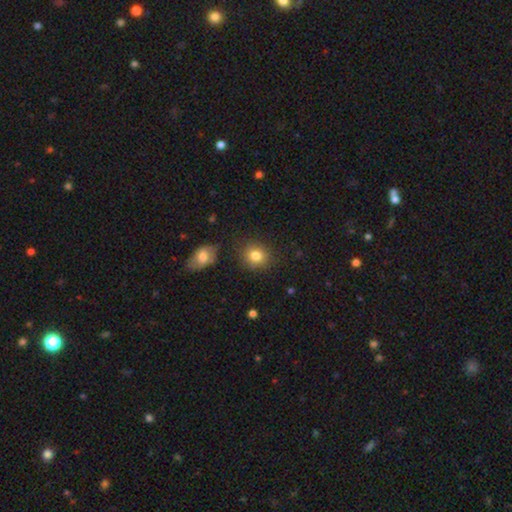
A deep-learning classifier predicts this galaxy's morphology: smooth_or_featured: smooth (p=0.83) [alt: star or artifact p=0.10]
how_rounded: round (p=0.77) [alt: in between p=0.22]
merging: none (p=0.83) [alt: minor disturbance p=0.11]